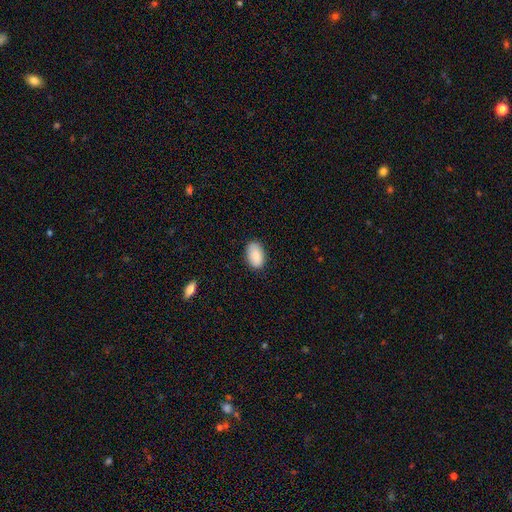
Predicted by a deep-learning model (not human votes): Smooth or featured? Predicted: smooth (p=0.87). How rounded? Predicted: in between (p=0.92). Merging? Predicted: none (p=0.84).